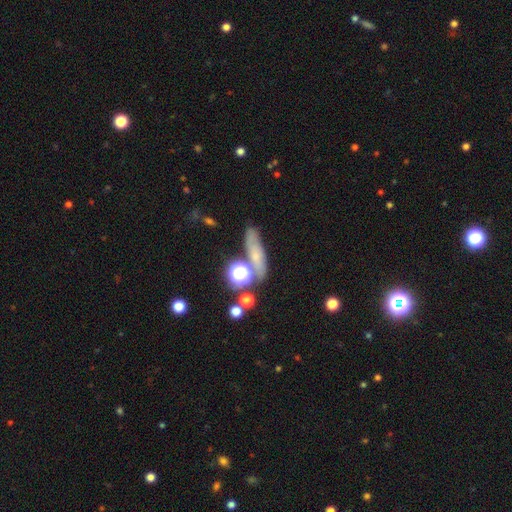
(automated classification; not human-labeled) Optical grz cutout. It shows a smooth galaxy with no disk features (50%) that is cigar-shaped (46%). Merging: none (63%).